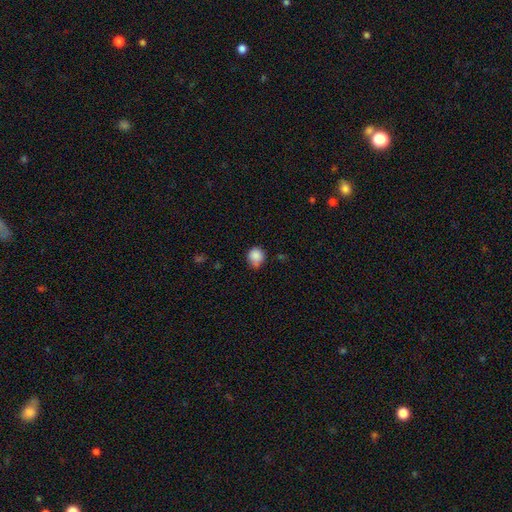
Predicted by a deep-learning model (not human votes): This is clearly a smooth galaxy (85%). How rounded: clearly round (80%). Merging: possibly none (53%).